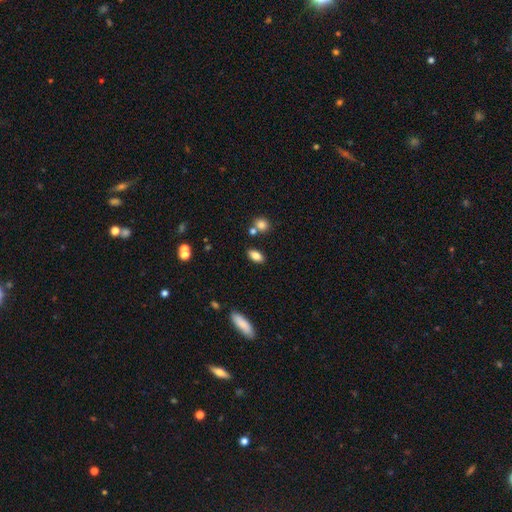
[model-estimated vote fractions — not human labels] The model was most divided on "merging": none: 81%, minor disturbance: 10%, merger: 6%, major disturbance: 3%. More confident: how rounded — in between (87%); smooth or featured — smooth (82%).